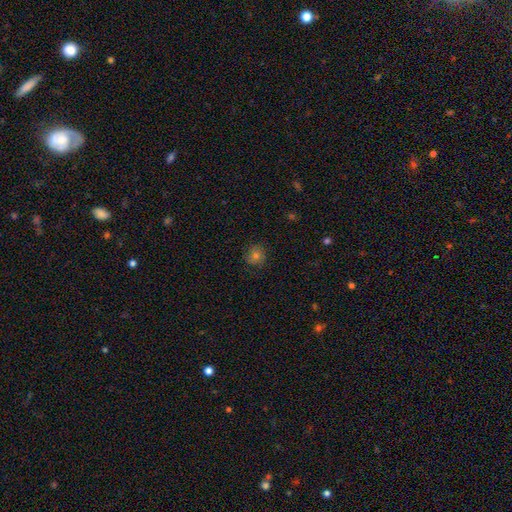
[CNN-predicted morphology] Overall: smooth (58%; featured or disk 24%). How rounded: round (87%). Merging: none (80%).